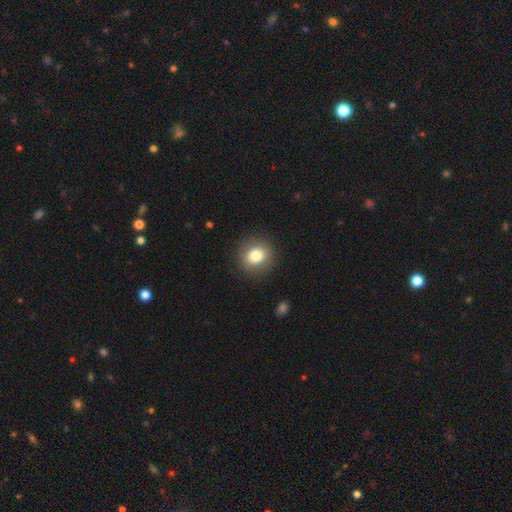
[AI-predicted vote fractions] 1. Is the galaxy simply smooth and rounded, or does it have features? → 79% smooth, 12% featured or disk, 10% star or artifact.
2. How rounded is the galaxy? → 84% round, 16% in between, 1% cigar-shaped.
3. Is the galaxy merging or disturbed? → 89% none, 7% minor disturbance, 3% major disturbance, 1% merger.